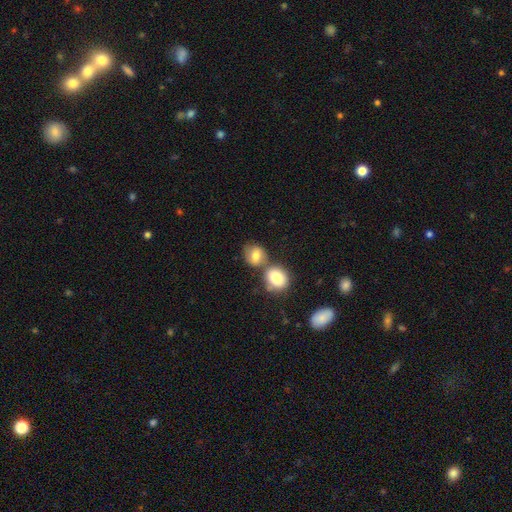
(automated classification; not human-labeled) smooth_or_featured: smooth (p=0.77) [alt: featured or disk p=0.14]
how_rounded: round (p=0.69) [alt: in between p=0.29]
merging: none (p=0.43) [alt: merger p=0.41]